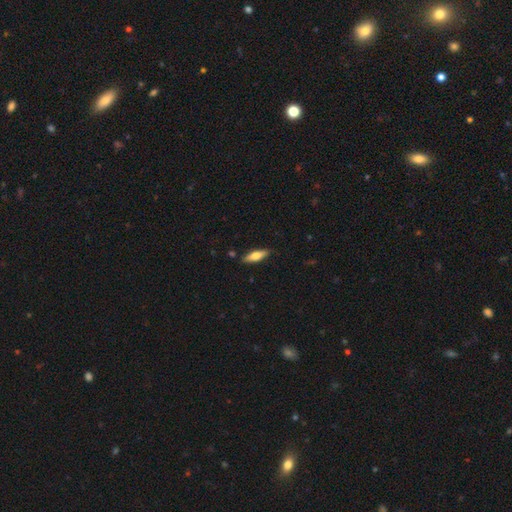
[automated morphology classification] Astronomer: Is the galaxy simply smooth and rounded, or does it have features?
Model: smooth — 58% (runner-up: featured or disk, 36%).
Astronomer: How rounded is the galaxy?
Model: cigar-shaped — 51% (runner-up: in between, 47%).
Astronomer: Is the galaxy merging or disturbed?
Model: none — 87%.